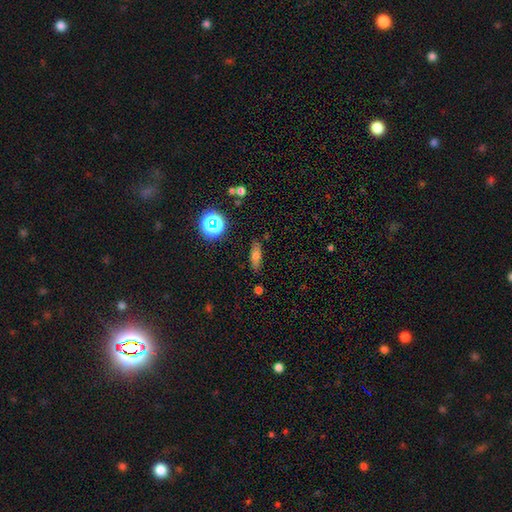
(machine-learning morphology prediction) smooth-or-featured: smooth: 68% | featured or disk: 18% | star or artifact: 15%
  how-rounded: in between: 57% | cigar-shaped: 35% | round: 7%
  merging: none: 84% | minor disturbance: 11% | major disturbance: 3% | merger: 2%